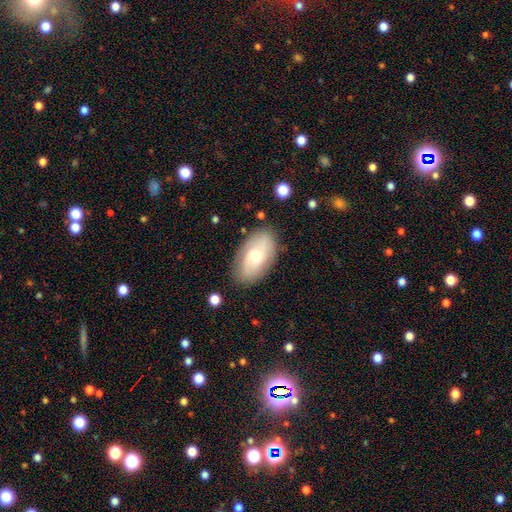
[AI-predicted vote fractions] This is possibly a smooth galaxy (55%). How rounded: clearly in between (93%). Merging: clearly none (81%).